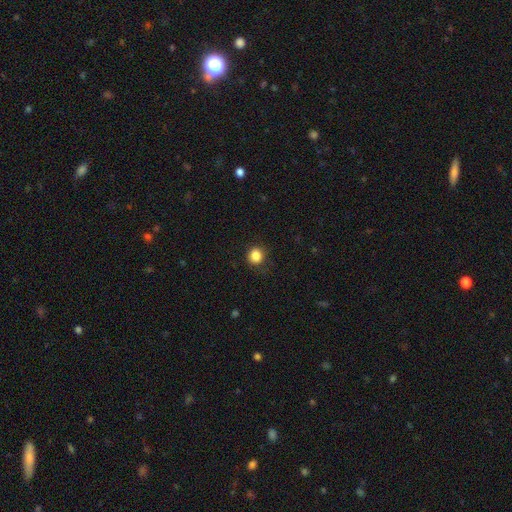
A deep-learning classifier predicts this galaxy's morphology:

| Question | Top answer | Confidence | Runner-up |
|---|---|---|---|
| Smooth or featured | smooth | 85% | star or artifact (11%) |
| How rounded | round | 85% | in between (14%) |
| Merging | none | 85% | minor disturbance (11%) |